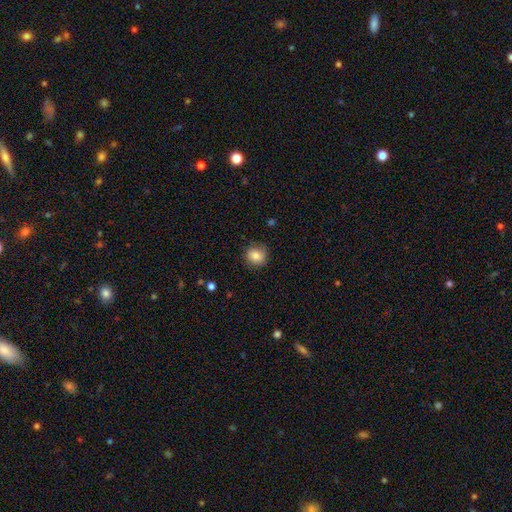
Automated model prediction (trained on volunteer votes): This is clearly a smooth galaxy (83%). How rounded: clearly round (83%). Merging: clearly none (84%).